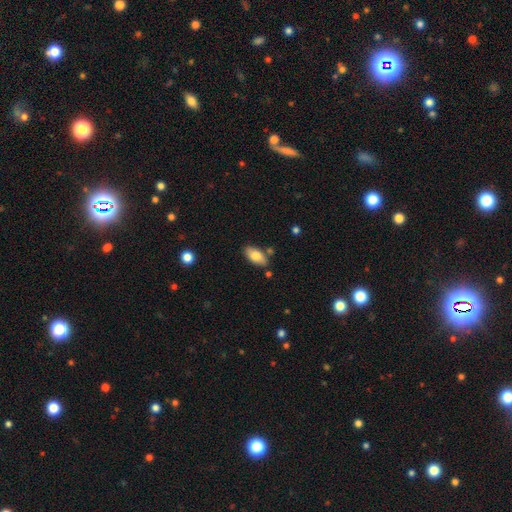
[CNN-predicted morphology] Overall: smooth (78%). How rounded: in between (92%). Merging: none (78%).